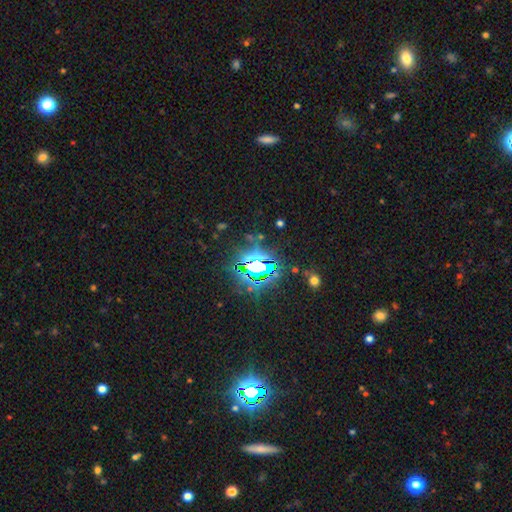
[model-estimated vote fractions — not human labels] Morphology: type=star or artifact (76%).